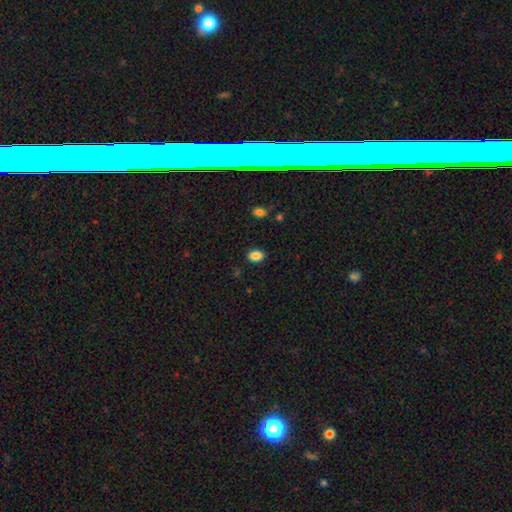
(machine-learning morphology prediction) The model was most divided on "how rounded": in between: 78%, round: 21%, cigar-shaped: 1%. More confident: merging — none (88%); smooth or featured — smooth (87%).